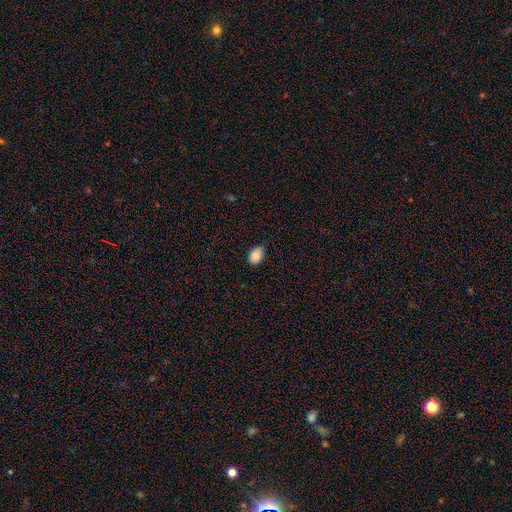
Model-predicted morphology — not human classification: smooth_or_featured: smooth (p=0.88) [alt: star or artifact p=0.08]
how_rounded: in between (p=0.84) [alt: round p=0.15]
merging: none (p=0.71) [alt: minor disturbance p=0.24]